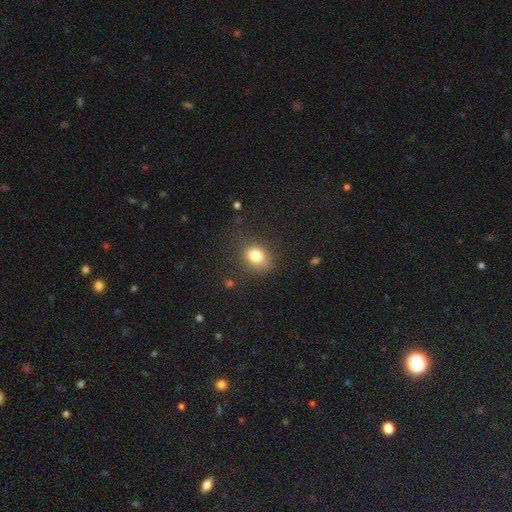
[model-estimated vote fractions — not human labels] Smooth or featured? smooth (80%)
How rounded? in between (50%)
Merging? none (77%)